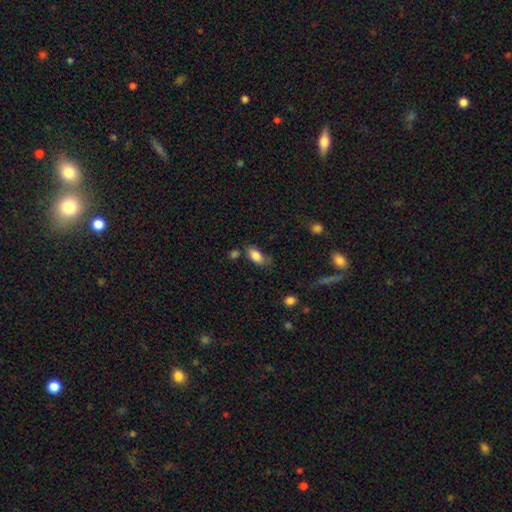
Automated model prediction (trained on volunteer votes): Morphology: type=smooth (84%); roundness=in between (90%); merging=none (59%).